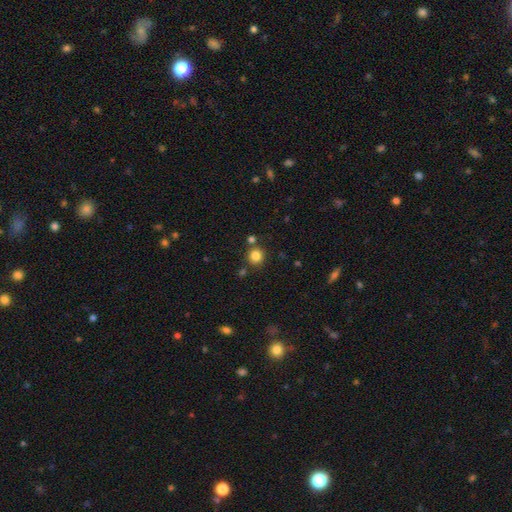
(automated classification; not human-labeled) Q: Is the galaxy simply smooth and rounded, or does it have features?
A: smooth — 83%.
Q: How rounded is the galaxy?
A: round — 92%.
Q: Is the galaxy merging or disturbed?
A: none — 81%.